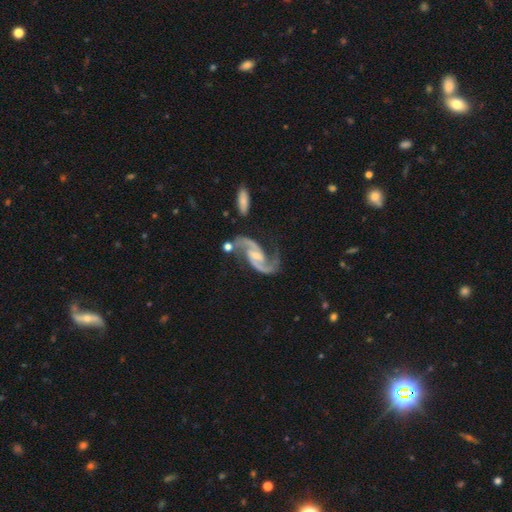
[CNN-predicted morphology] A featured or disk galaxy (93%) with a weak bar (44%), 2 (94%) medium (50%) spiral arms (98%) and a small central bulge (59%). Merging: none (65%).